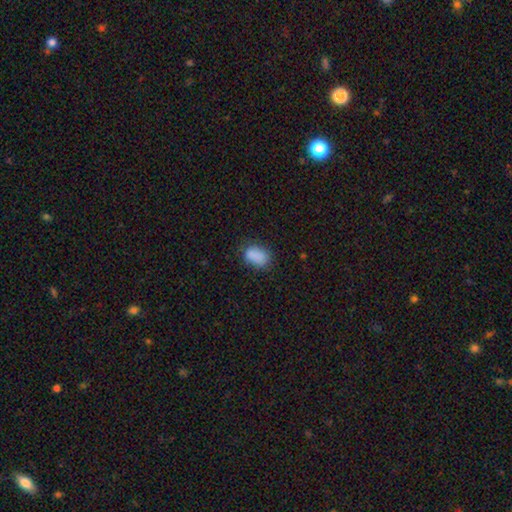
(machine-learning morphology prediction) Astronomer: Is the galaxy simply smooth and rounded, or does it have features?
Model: smooth — 84%.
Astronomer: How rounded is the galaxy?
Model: in between — 83%.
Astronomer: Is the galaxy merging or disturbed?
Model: none — 67%.